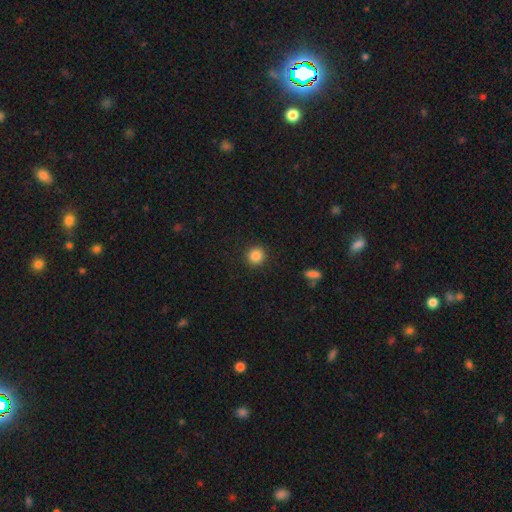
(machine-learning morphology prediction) Smooth or featured? smooth (86%)
How rounded? round (93%)
Merging? none (91%)